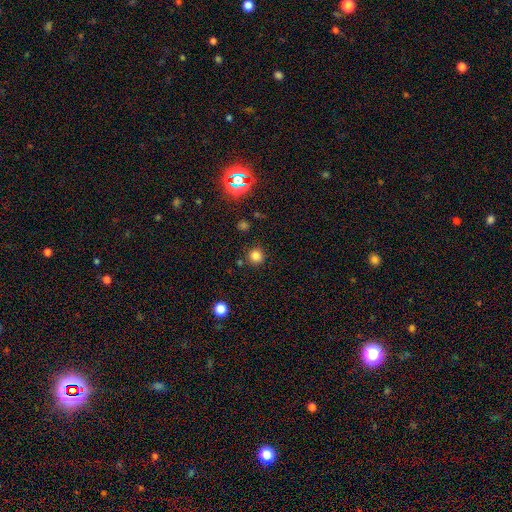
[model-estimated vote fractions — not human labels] smooth-or-featured: smooth: 80% | star or artifact: 15% | featured or disk: 5%
  how-rounded: round: 91% | in between: 8% | cigar-shaped: 1%
  merging: none: 86% | minor disturbance: 8% | merger: 4% | major disturbance: 3%